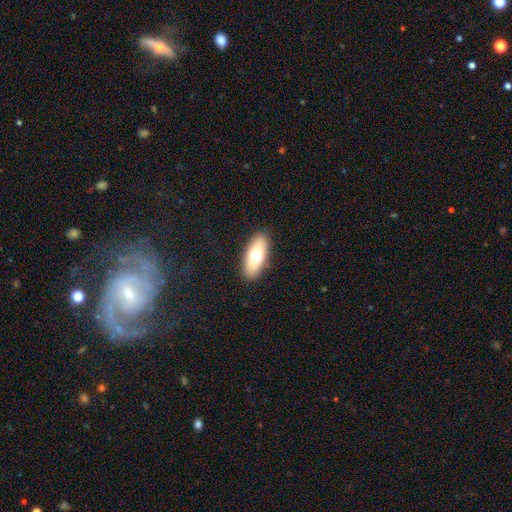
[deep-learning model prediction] This is likely a smooth galaxy (66%). How rounded: likely in between (80%). Merging: clearly none (88%).